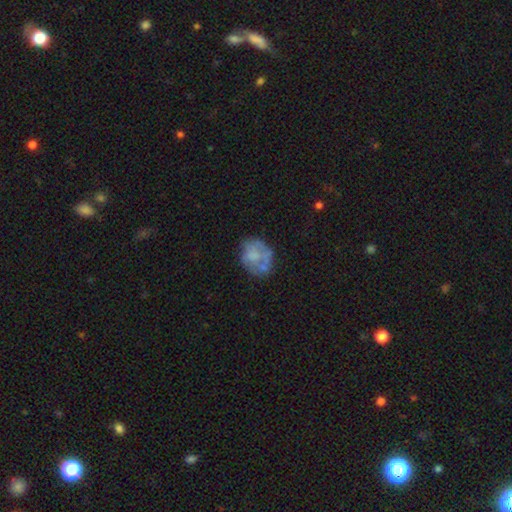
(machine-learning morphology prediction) Q: Smooth or featured?
A: featured or disk (47%); runner-up: smooth (44%)
Q: Merging?
A: none (53%); runner-up: minor disturbance (24%)